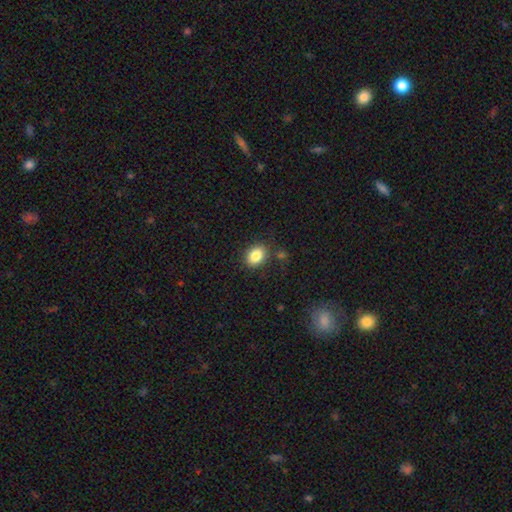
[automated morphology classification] Smooth or featured? smooth (85%)
How rounded? in between (58%)
Merging? none (82%)